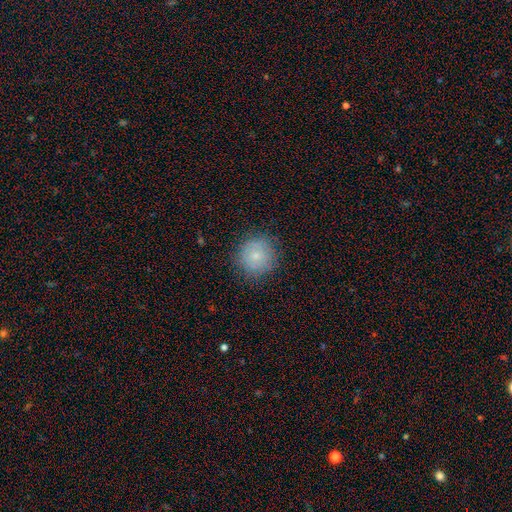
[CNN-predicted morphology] Smooth or featured? smooth (74%)
How rounded? round (93%)
Merging? none (84%)